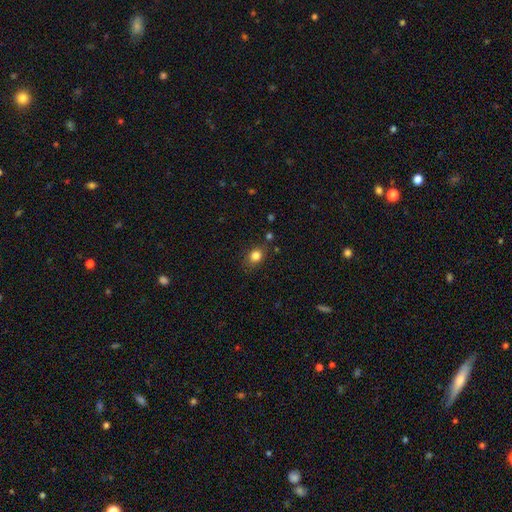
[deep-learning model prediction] smooth_or_featured: smooth (p=0.82) [alt: star or artifact p=0.12]
how_rounded: round (p=0.57) [alt: in between p=0.41]
merging: none (p=0.77) [alt: minor disturbance p=0.15]